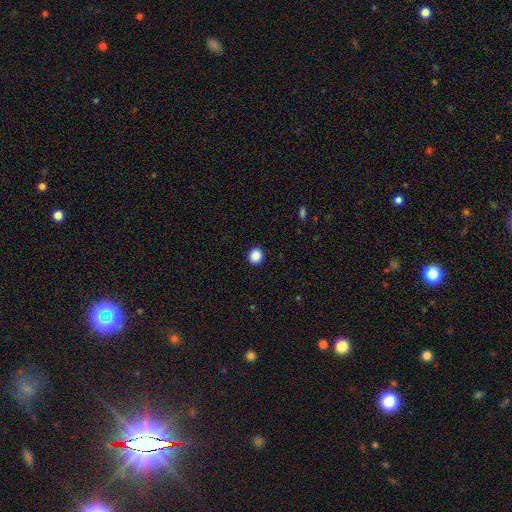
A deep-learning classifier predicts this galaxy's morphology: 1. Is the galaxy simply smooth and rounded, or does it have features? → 88% smooth, 10% star or artifact, 2% featured or disk.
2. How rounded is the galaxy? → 90% round, 9% in between, 1% cigar-shaped.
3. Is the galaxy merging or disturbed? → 93% none, 5% minor disturbance, 2% major disturbance, 1% merger.